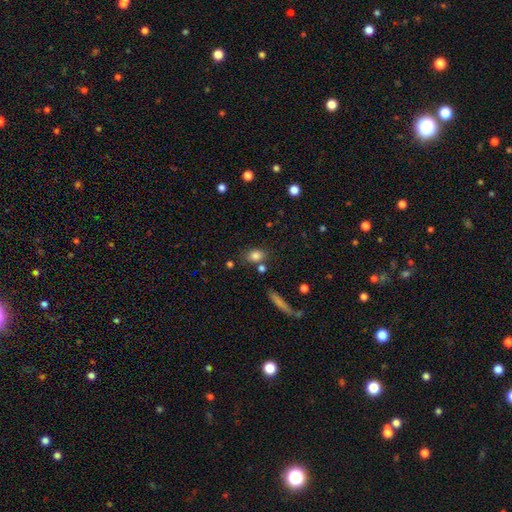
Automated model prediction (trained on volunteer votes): Smooth or featured? Predicted: smooth (p=0.82). How rounded? Predicted: in between (p=0.63). Merging? Predicted: none (p=0.73).